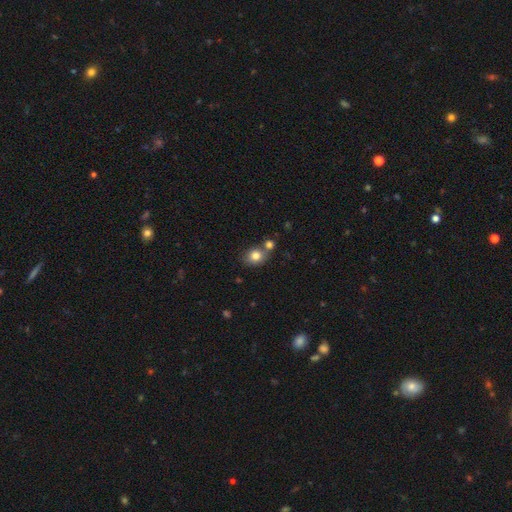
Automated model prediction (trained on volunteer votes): This appears to be a smooth galaxy with no disk features (81%) that is round (64%). Merging: none (56%).